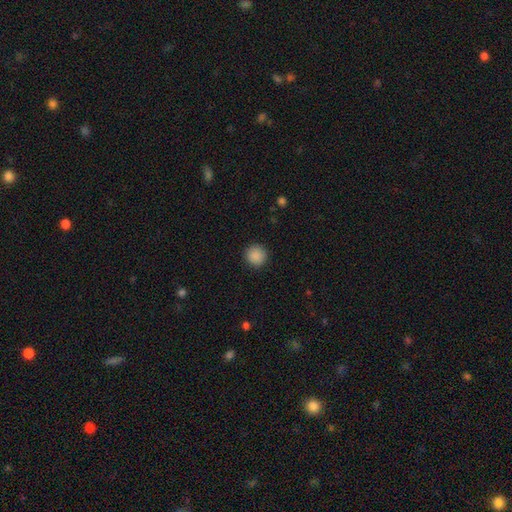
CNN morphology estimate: Smooth or featured?
  - smooth: 89% *
  - star or artifact: 9%
  - featured or disk: 2%
How rounded?
  - round: 94% *
  - in between: 5%
  - cigar-shaped: 1%
Merging?
  - none: 91% *
  - minor disturbance: 6%
  - major disturbance: 2%
  - merger: 1%